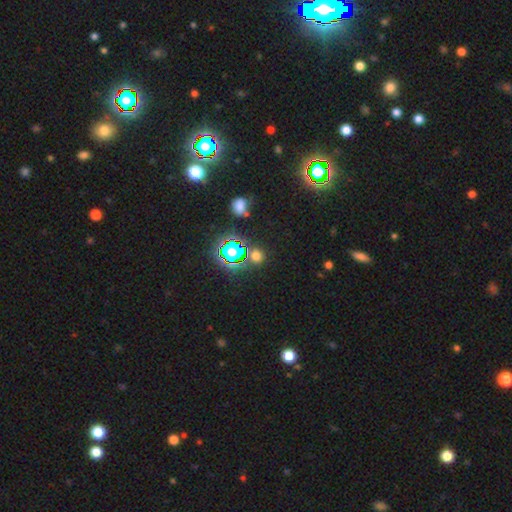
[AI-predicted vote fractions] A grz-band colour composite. It shows a star or artifact, not a galaxy (47%).